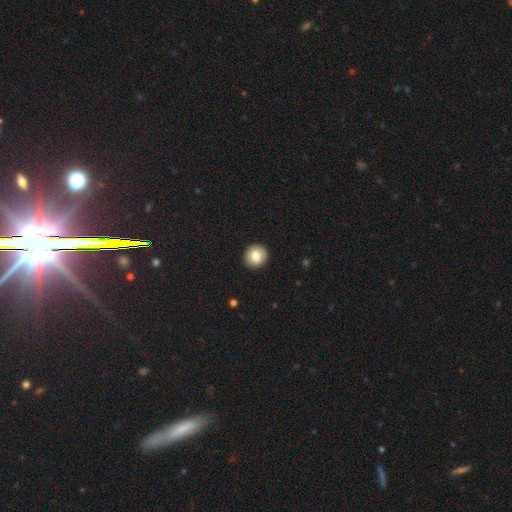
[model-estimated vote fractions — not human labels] The model was most divided on "smooth or featured": smooth: 80%, featured or disk: 11%, star or artifact: 8%. More confident: merging — none (92%); how rounded — round (92%).